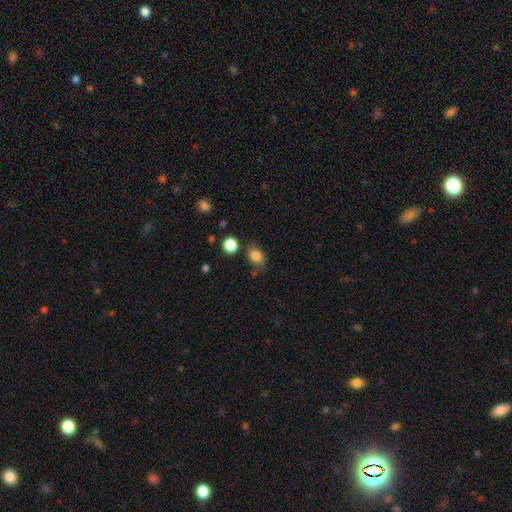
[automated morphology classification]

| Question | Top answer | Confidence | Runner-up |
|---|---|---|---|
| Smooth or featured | smooth | 84% | star or artifact (10%) |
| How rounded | in between | 57% | round (42%) |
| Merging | none | 67% | minor disturbance (21%) |